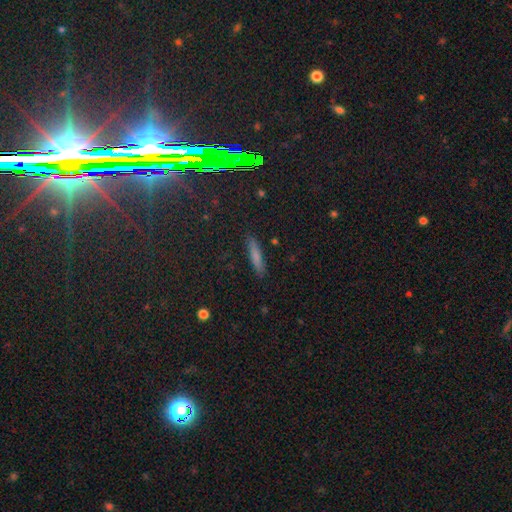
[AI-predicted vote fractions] Smooth or featured: smooth — 73% (featured or disk — 15%)
How rounded: cigar-shaped — 87% (in between — 11%)
Merging: none — 88% (minor disturbance — 9%)